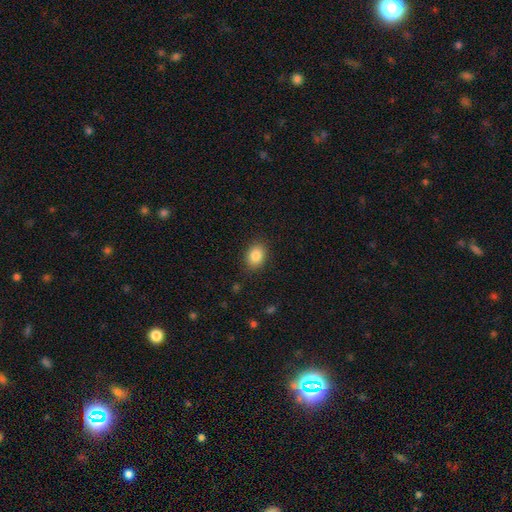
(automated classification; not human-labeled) smooth 86%, star or artifact 8%, featured or disk 5%. Down the decision tree: how rounded — in between (68%); merging — none (87%).